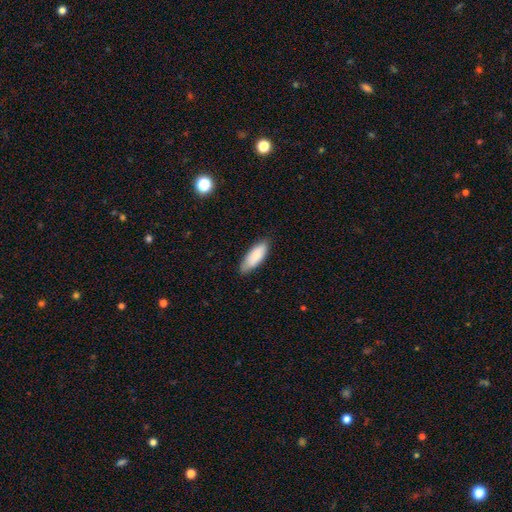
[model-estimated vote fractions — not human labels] This is clearly a smooth galaxy (86%). How rounded: likely in between (68%). Merging: clearly none (81%).